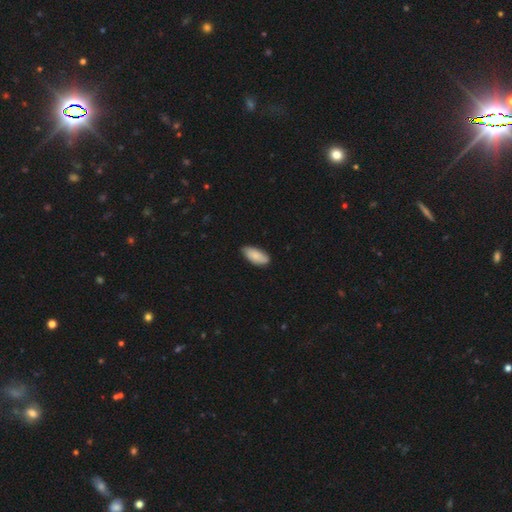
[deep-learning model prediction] This is clearly a smooth galaxy (86%). How rounded: clearly in between (89%). Merging: likely none (77%).